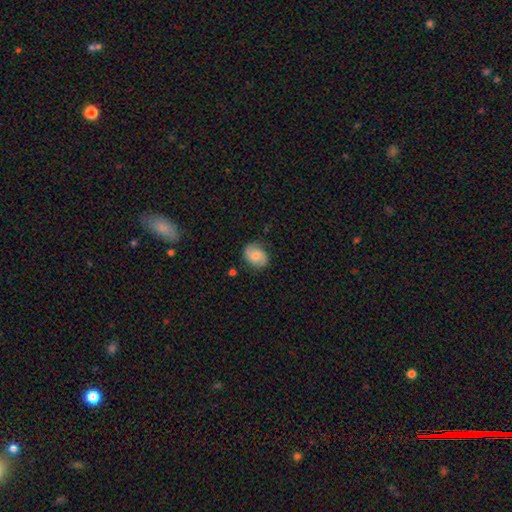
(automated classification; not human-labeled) This is possibly a featured or disk galaxy (46%, tied with smooth). Merging: likely none (78%).